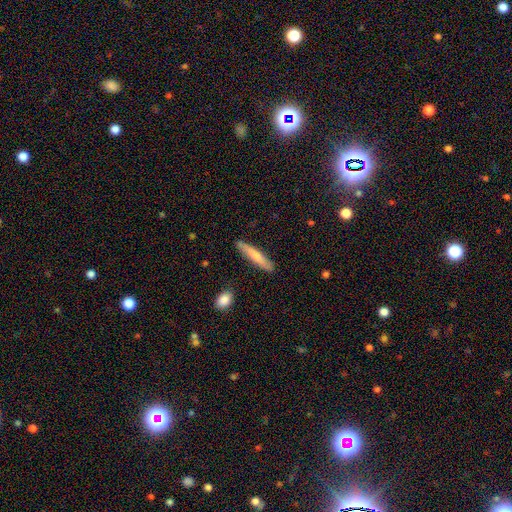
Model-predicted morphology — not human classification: smooth-or-featured: smooth: 67% | featured or disk: 27% | star or artifact: 6%
  how-rounded: cigar-shaped: 90% | in between: 8% | round: 1%
  merging: none: 85% | minor disturbance: 11% | major disturbance: 2% | merger: 2%